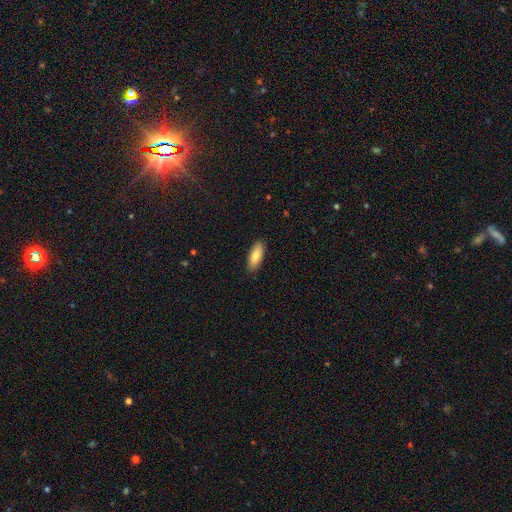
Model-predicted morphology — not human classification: A smooth galaxy with no disk features (83%) that is in between round and cigar-shaped (74%). Merging: none (89%).